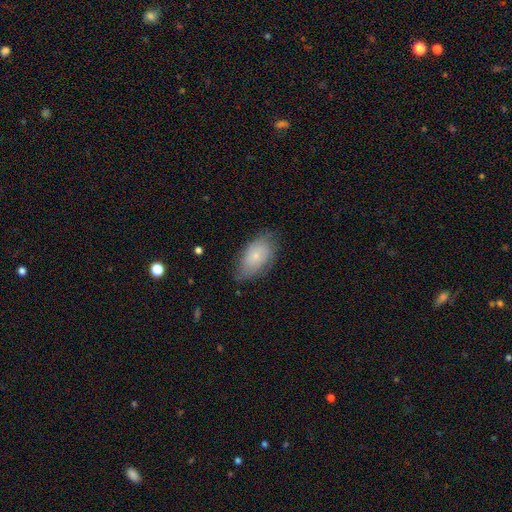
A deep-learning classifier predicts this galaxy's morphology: smooth 61%, featured or disk 32%, star or artifact 7%. Down the decision tree: how rounded — in between (93%); merging — none (67%).